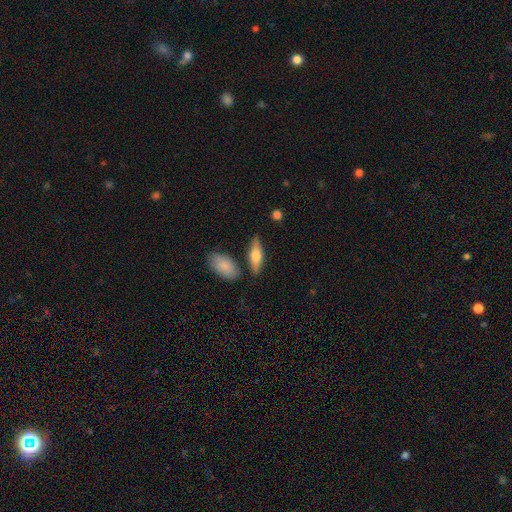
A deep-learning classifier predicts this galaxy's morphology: Q: Smooth or featured?
A: smooth (55%); runner-up: featured or disk (39%)
Q: How rounded?
A: in between (59%); runner-up: cigar-shaped (38%)
Q: Merging?
A: none (78%); runner-up: minor disturbance (12%)